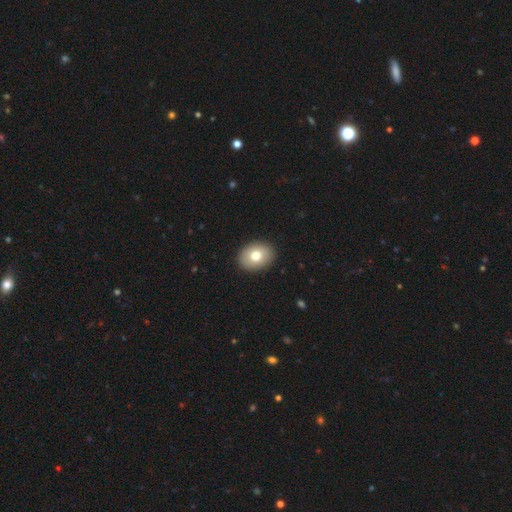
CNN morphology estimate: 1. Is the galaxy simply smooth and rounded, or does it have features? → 75% smooth, 16% featured or disk, 8% star or artifact.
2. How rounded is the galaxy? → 65% in between, 34% round, 1% cigar-shaped.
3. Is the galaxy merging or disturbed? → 91% none, 6% minor disturbance, 2% major disturbance, 1% merger.